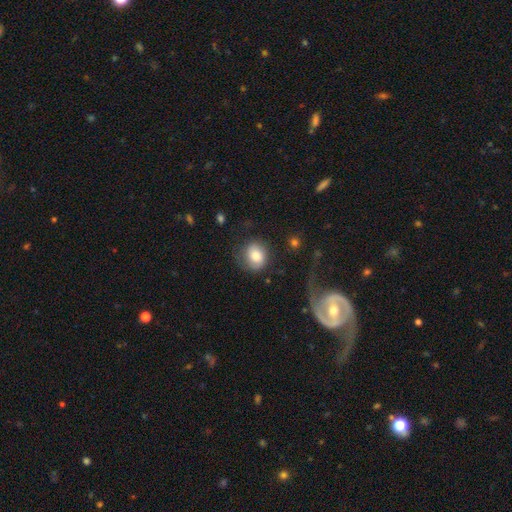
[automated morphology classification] smooth_or_featured: smooth (p=0.74) [alt: featured or disk p=0.18]
how_rounded: round (p=0.67) [alt: in between p=0.32]
merging: none (p=0.64) [alt: minor disturbance p=0.21]